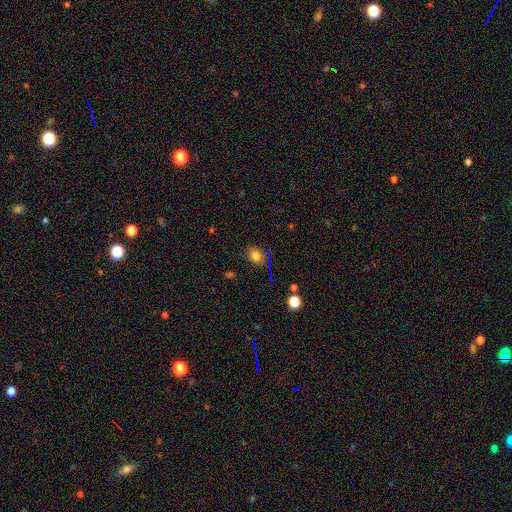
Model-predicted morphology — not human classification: Q: Smooth or featured?
A: smooth (77%); runner-up: star or artifact (16%)
Q: How rounded?
A: round (63%); runner-up: in between (36%)
Q: Merging?
A: none (82%); runner-up: minor disturbance (13%)